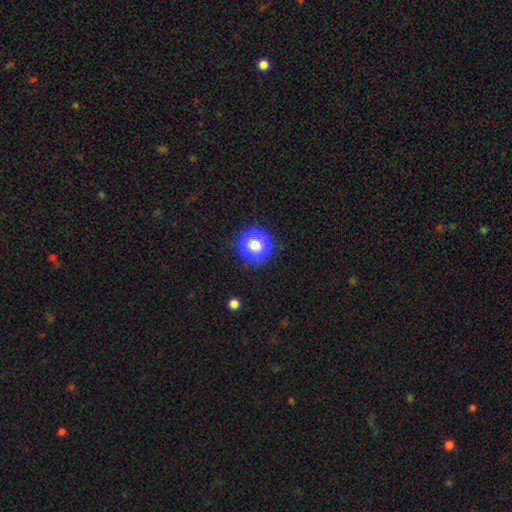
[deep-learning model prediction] A star or artifact, not a galaxy (56%).

Vote fractions:
- Smooth or featured? star or artifact: 56% / smooth: 37% / featured or disk: 6%